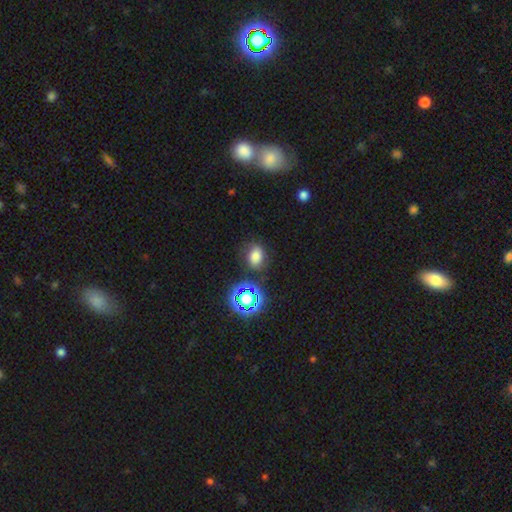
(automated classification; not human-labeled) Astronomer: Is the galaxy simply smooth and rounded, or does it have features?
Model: smooth — 69%.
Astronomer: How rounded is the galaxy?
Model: in between — 60% (runner-up: round, 38%).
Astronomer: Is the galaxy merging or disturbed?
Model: none — 76%.